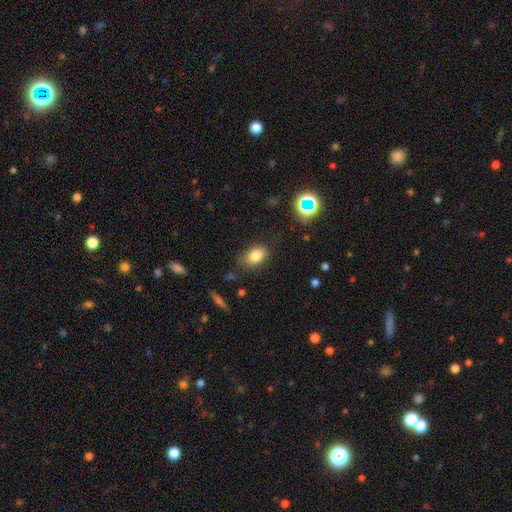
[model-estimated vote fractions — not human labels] This is clearly a smooth galaxy (82%). How rounded: clearly in between (81%). Merging: likely none (77%).